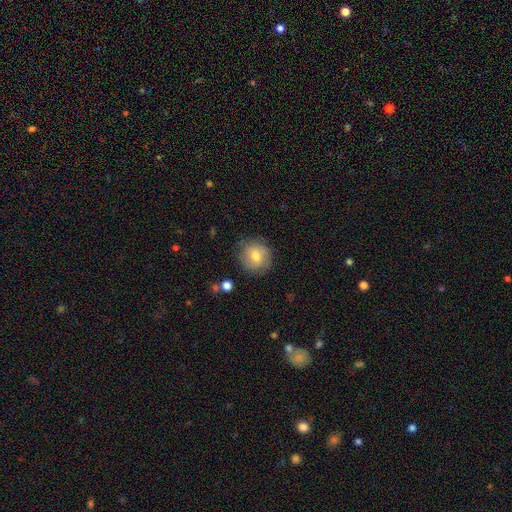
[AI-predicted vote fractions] smooth 68%, featured or disk 24%, star or artifact 8%. Down the decision tree: how rounded — round (88%); merging — none (81%).